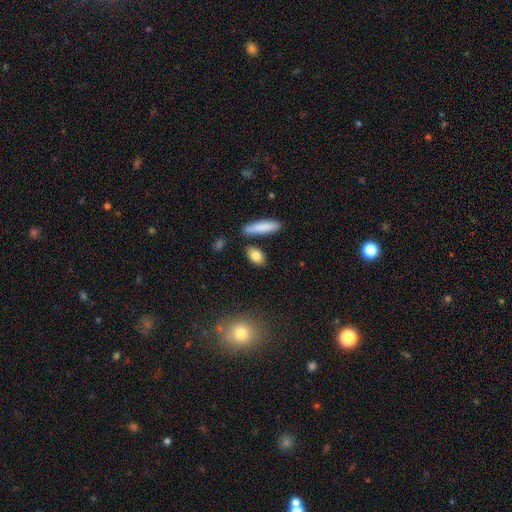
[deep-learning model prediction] A smooth galaxy with no disk features (82%) that is in between round and cigar-shaped (78%). Merging: none (80%).